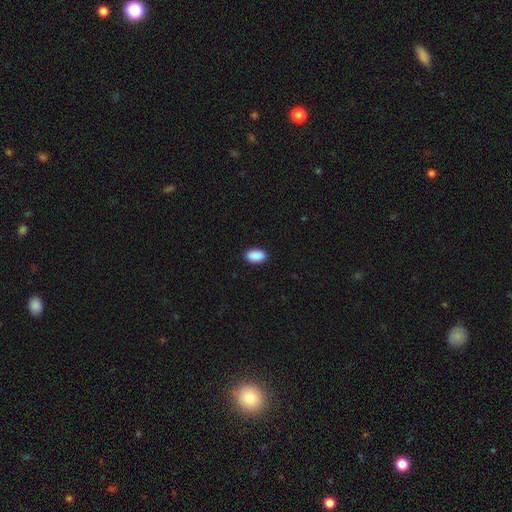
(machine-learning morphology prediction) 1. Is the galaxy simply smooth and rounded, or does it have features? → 91% smooth, 7% star or artifact, 2% featured or disk.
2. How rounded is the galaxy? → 94% in between, 5% round, 1% cigar-shaped.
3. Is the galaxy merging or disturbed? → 90% none, 7% minor disturbance, 2% major disturbance, 1% merger.